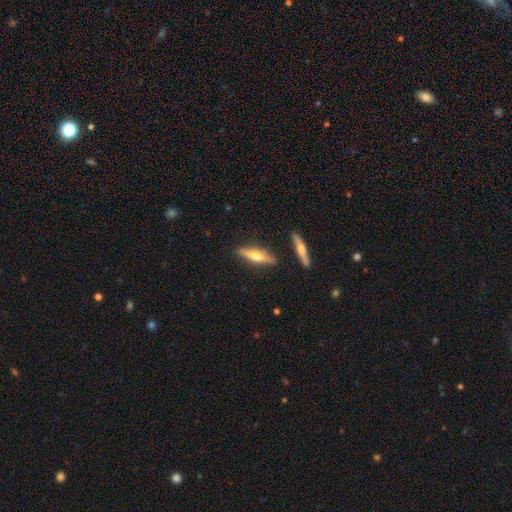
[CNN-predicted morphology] Q: Smooth or featured?
A: featured or disk (59%); runner-up: smooth (35%)
Q: Edge-on disk?
A: yes (96%); runner-up: no (4%)
Q: Edge-on bulge?
A: rounded (90%); runner-up: boxy (6%)
Q: Merging?
A: none (84%); runner-up: minor disturbance (10%)